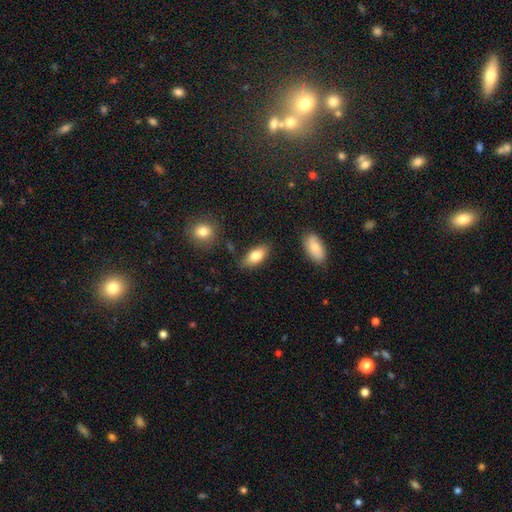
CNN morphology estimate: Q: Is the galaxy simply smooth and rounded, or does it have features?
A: smooth — 81%.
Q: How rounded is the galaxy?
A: in between — 87%.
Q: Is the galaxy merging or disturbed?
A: none — 80%.